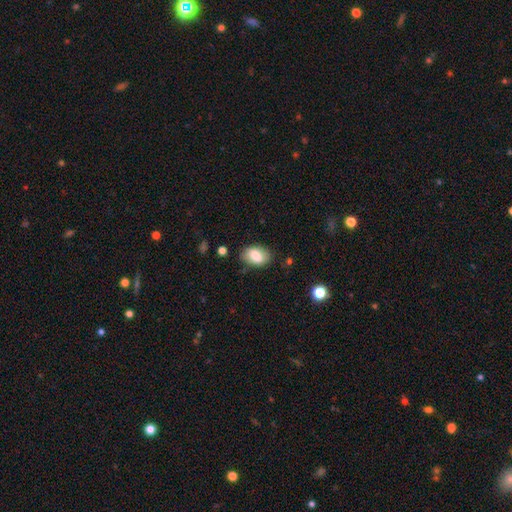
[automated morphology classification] The model was most divided on "smooth or featured": smooth: 79%, featured or disk: 13%, star or artifact: 8%. More confident: how rounded — in between (86%); merging — none (81%).